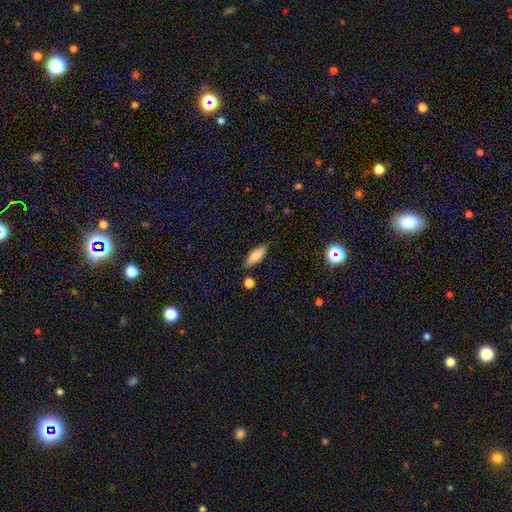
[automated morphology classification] This is likely a smooth galaxy (80%). How rounded: likely in between (66%). Merging: clearly none (82%).